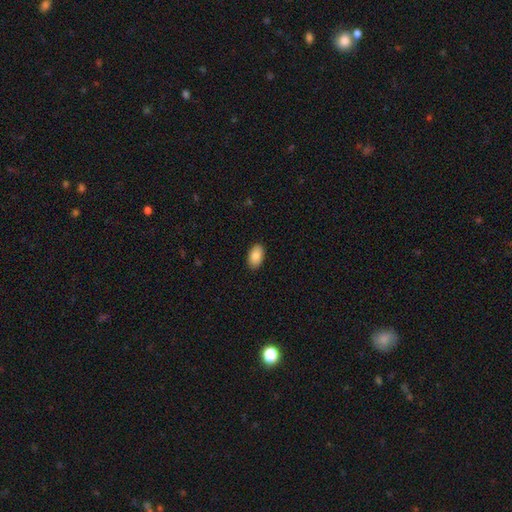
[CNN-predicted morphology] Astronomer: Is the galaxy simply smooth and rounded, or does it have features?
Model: smooth — 88%.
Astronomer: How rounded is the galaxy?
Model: in between — 94%.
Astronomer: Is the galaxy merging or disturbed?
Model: none — 89%.